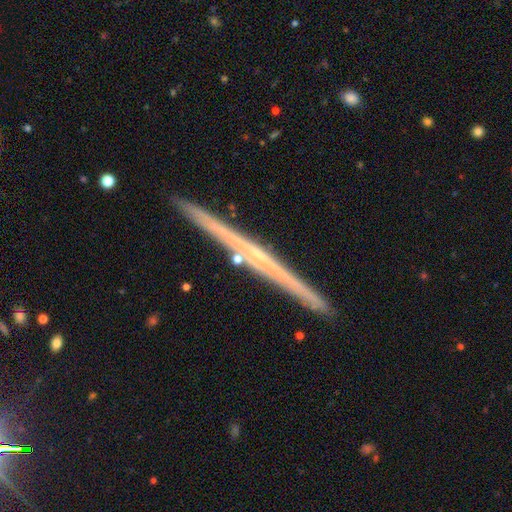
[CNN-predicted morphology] type=featured or disk (76%); edge-on=yes (98%); edge-on bulge=none (65%); merging=none (91%).